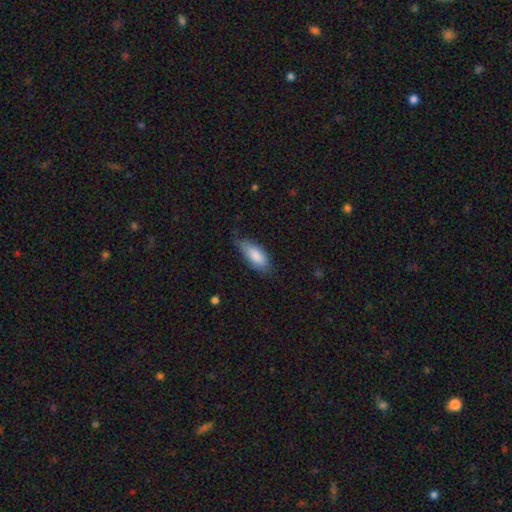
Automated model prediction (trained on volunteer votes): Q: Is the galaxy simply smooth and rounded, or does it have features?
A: smooth — 83%.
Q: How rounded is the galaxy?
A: in between — 79%.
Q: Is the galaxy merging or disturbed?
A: none — 60%.